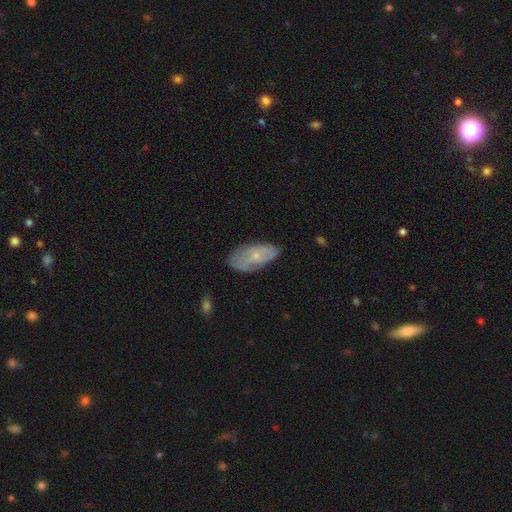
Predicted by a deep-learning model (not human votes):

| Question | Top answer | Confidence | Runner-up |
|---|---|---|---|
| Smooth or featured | smooth | 48% | featured or disk (44%) |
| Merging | none | 70% | minor disturbance (23%) |